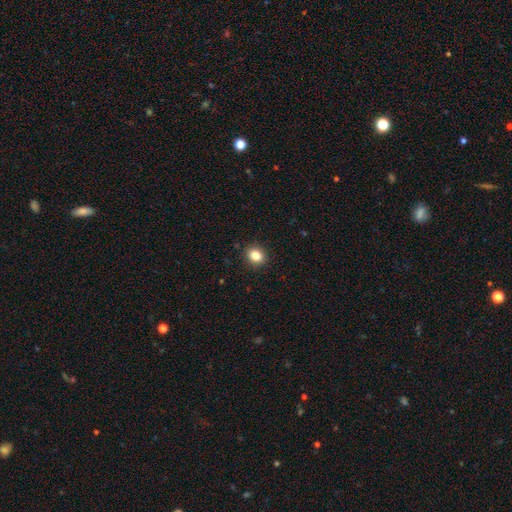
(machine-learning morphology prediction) The model was most divided on "how rounded": round: 64%, in between: 35%, cigar-shaped: 1%. More confident: merging — none (91%); smooth or featured — smooth (84%).